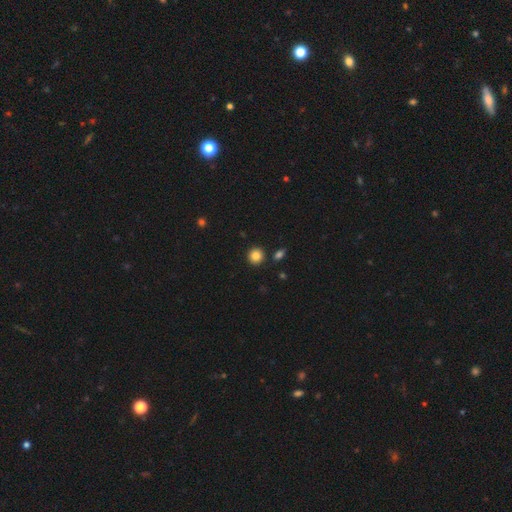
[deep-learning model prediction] Morphology: type=smooth (85%); roundness=round (91%); merging=none (89%).